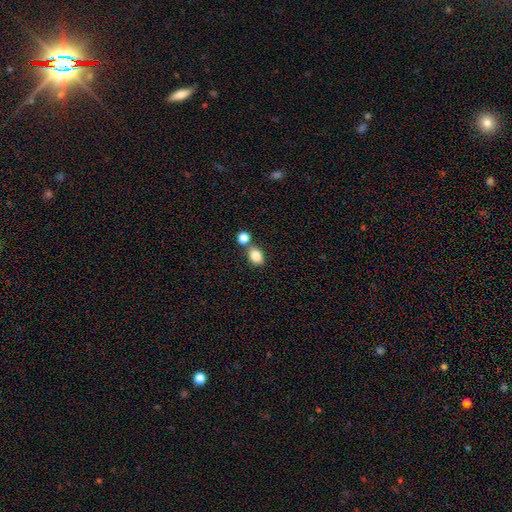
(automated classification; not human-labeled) This appears to be a smooth galaxy with no disk features (85%) that is in between round and cigar-shaped (70%). Merging: none (62%).